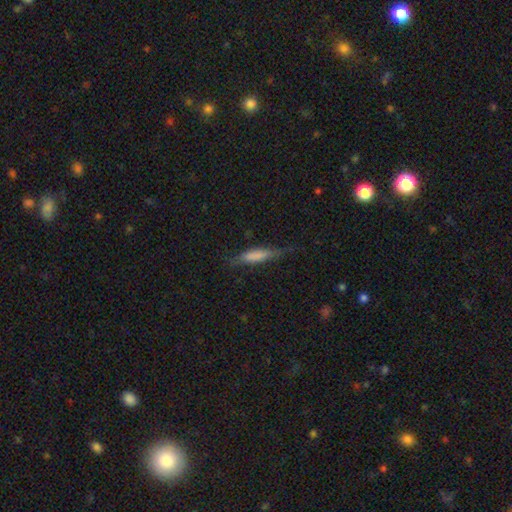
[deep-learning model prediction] smooth_or_featured: smooth (p=0.66) [alt: featured or disk p=0.27]
how_rounded: cigar-shaped (p=0.80) [alt: in between p=0.19]
merging: none (p=0.68) [alt: minor disturbance p=0.23]